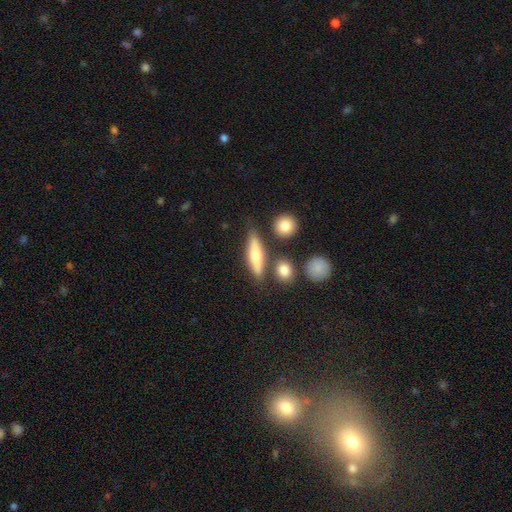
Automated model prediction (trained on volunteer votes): Morphology: type=smooth (53%); roundness=cigar-shaped (59%); merging=none (74%).